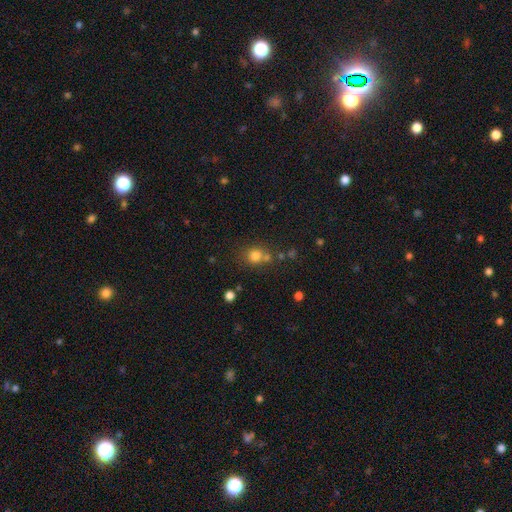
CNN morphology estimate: Overall: smooth (77%). How rounded: round (78%). Merging: none (59%; merger 24%).